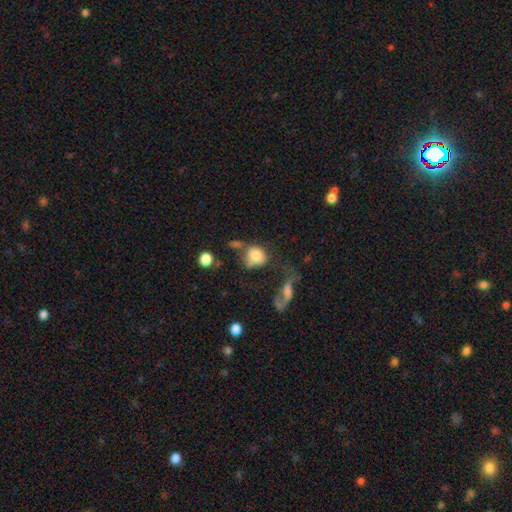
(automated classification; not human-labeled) Overall: smooth (75%). How rounded: round (70%). Merging: none (33%; merger 29%).